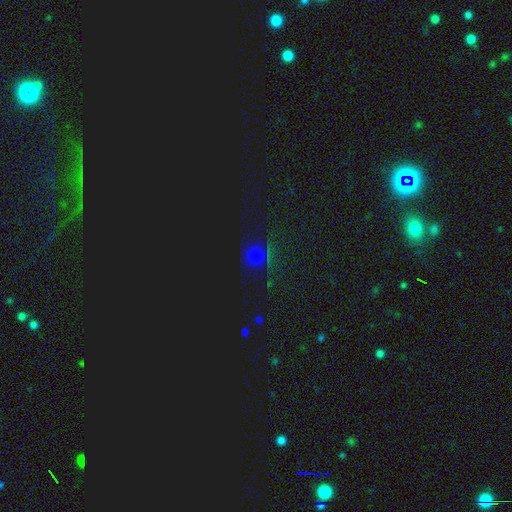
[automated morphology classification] The model was most divided on "smooth or featured": smooth: 48%, star or artifact: 45%, featured or disk: 7%. More confident: merging — none (81%).